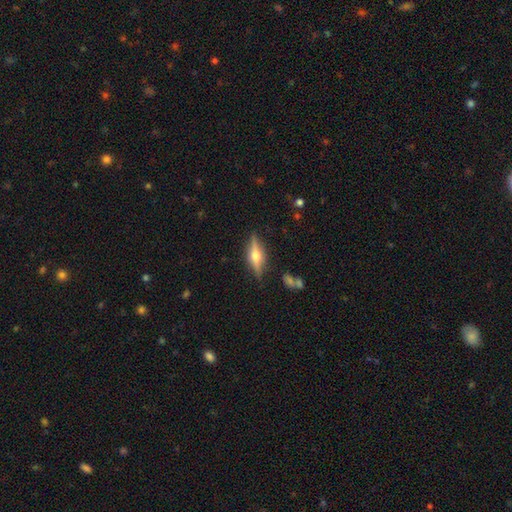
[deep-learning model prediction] smooth_or_featured: featured or disk (p=0.68) [alt: smooth p=0.24]
disk_edge_on: yes (p=0.94) [alt: no p=0.06]
edge_on_bulge: rounded (p=0.94) [alt: boxy p=0.04]
merging: none (p=0.85) [alt: minor disturbance p=0.10]